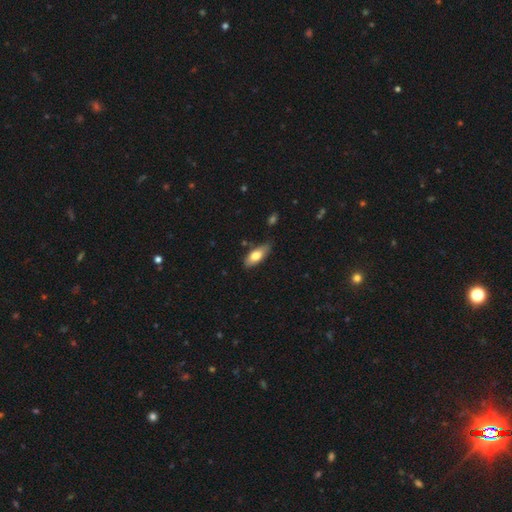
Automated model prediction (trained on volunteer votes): A smooth galaxy with no disk features (73%) that is in between round and cigar-shaped (81%). Merging: none (72%).